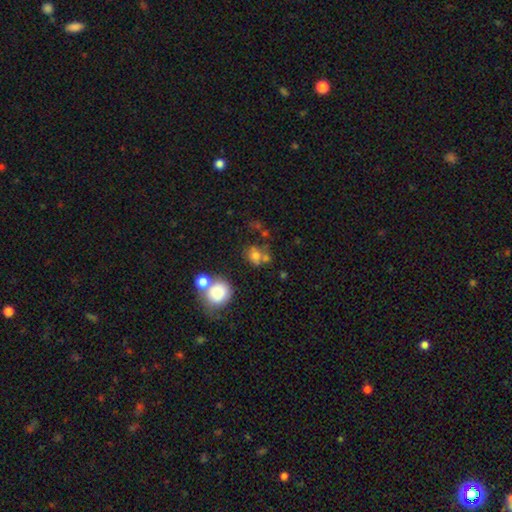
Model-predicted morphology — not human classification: The model was most divided on "merging": none: 45%, merger: 32%, minor disturbance: 14%, major disturbance: 9%. More confident: smooth or featured — smooth (69%); how rounded — round (64%).